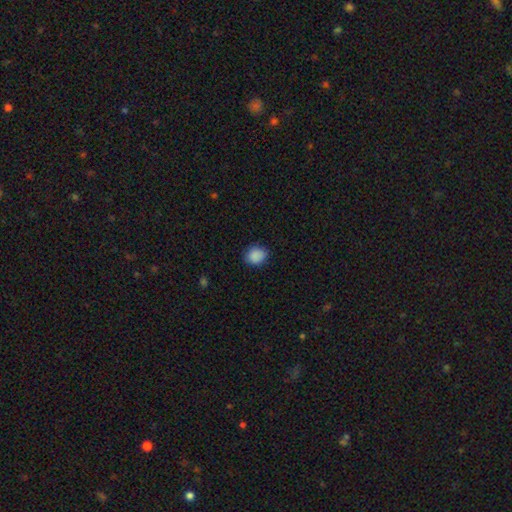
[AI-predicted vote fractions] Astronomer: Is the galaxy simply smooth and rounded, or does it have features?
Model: smooth — 88%.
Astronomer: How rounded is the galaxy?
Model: round — 63%.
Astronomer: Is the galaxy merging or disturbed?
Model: none — 82%.